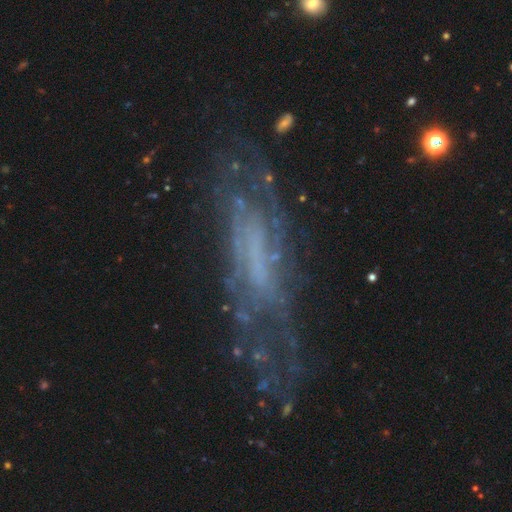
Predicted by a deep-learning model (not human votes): Smooth or featured: featured or disk — 70% (smooth — 18%)
Edge-on disk: no — 74% (yes — 26%)
Bar: no — 50% (weak — 31%)
Spiral arms: yes — 64% (no — 36%)
Bulge size: none — 64% (small — 17%)
Merging: none — 62% (minor disturbance — 21%)